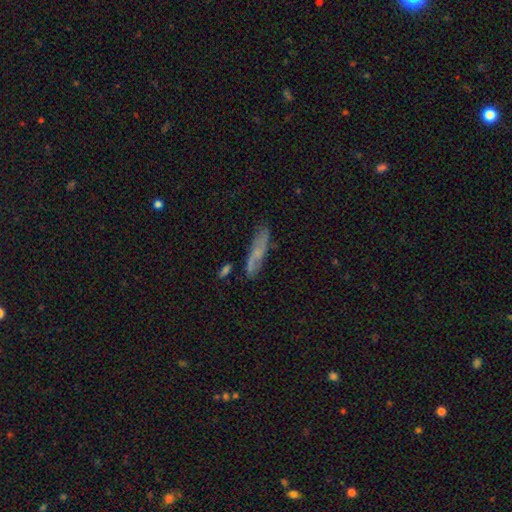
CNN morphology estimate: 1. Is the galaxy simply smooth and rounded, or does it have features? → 56% smooth, 36% featured or disk, 8% star or artifact.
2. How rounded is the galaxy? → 78% cigar-shaped, 20% in between, 2% round.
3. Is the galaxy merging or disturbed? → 71% none, 19% minor disturbance, 5% major disturbance, 5% merger.